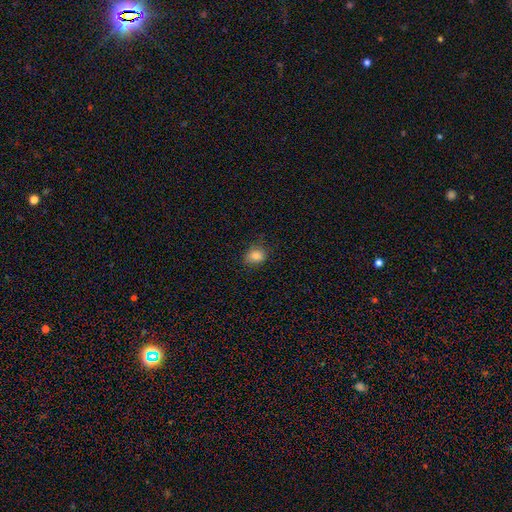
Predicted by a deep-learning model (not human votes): Smooth or featured? Predicted: smooth (p=0.82). How rounded? Predicted: round (p=0.51). Merging? Predicted: none (p=0.80).